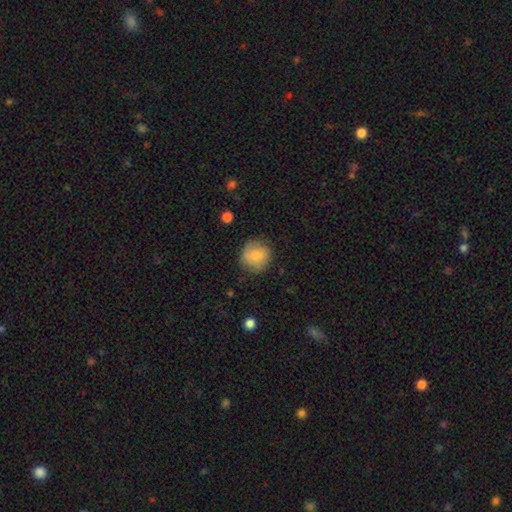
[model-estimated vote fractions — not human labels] Smooth or featured: smooth — 72% (featured or disk — 20%)
How rounded: round — 88% (in between — 11%)
Merging: none — 78% (minor disturbance — 16%)